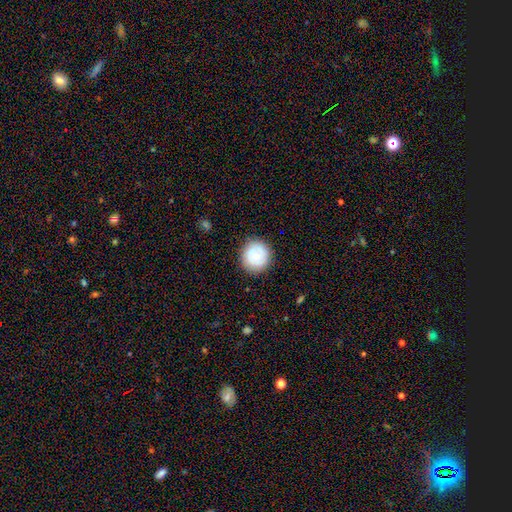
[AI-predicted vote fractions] Smooth or featured? Predicted: smooth (p=0.64). How rounded? Predicted: round (p=0.91). Merging? Predicted: none (p=0.86).